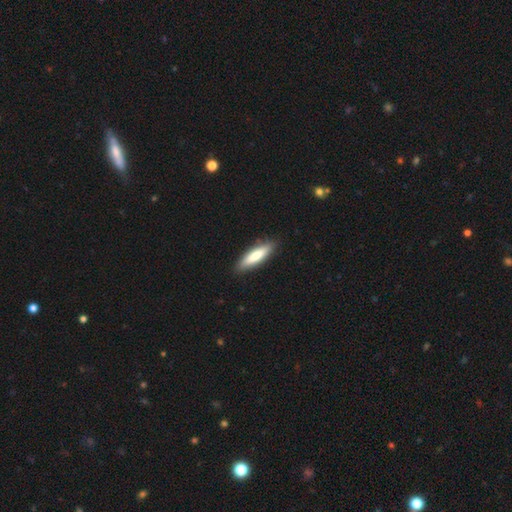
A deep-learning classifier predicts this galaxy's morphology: Smooth or featured?
  - smooth: 75% *
  - featured or disk: 20%
  - star or artifact: 5%
How rounded?
  - cigar-shaped: 64% *
  - in between: 34%
  - round: 1%
Merging?
  - none: 88% *
  - minor disturbance: 9%
  - major disturbance: 2%
  - merger: 1%